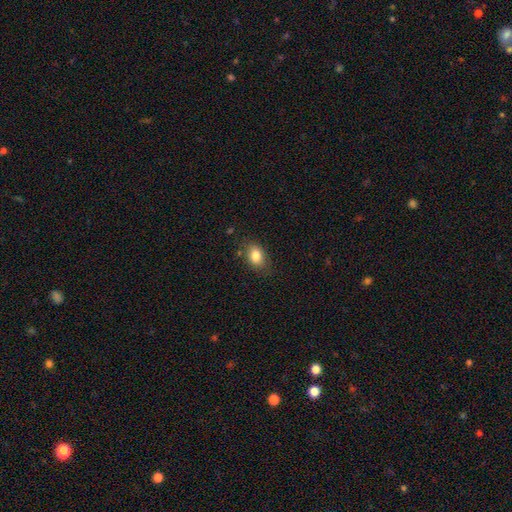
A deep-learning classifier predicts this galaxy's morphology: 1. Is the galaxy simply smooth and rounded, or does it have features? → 82% smooth, 9% featured or disk, 9% star or artifact.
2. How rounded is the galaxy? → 80% in between, 19% round, 1% cigar-shaped.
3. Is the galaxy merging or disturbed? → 78% none, 16% minor disturbance, 4% major disturbance, 2% merger.